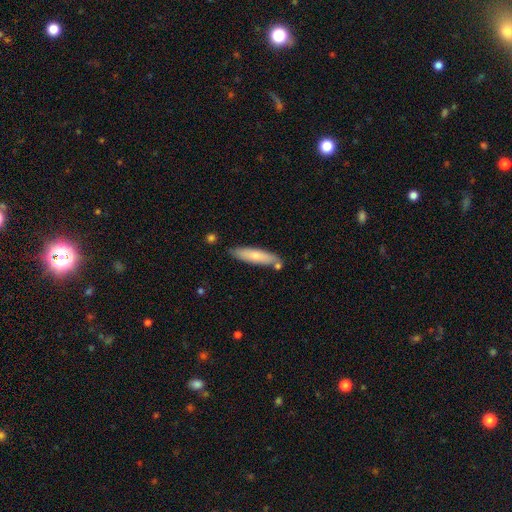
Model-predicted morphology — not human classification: A smooth galaxy with no disk features (71%) that is cigar-shaped (78%). Merging: none (79%).